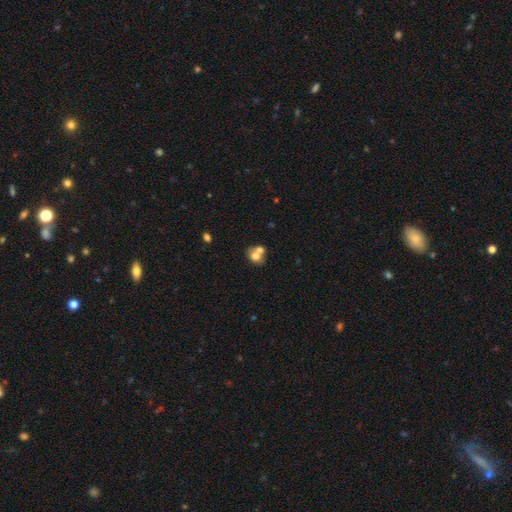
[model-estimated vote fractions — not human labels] A smooth galaxy with no disk features (68%) that is round (62%). Merging: merger (57%).